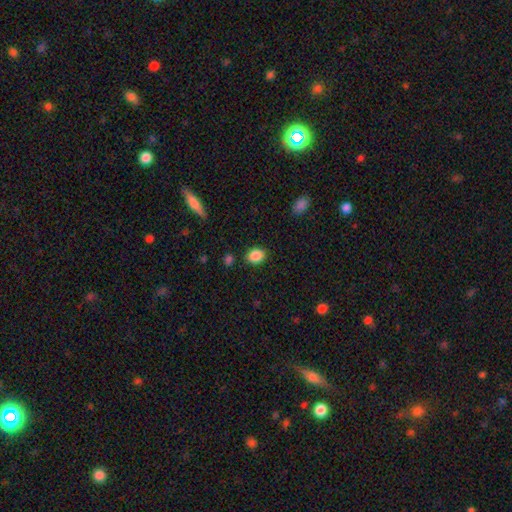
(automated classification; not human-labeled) This is clearly a smooth galaxy (88%). How rounded: possibly in between (57%). Merging: clearly none (85%).